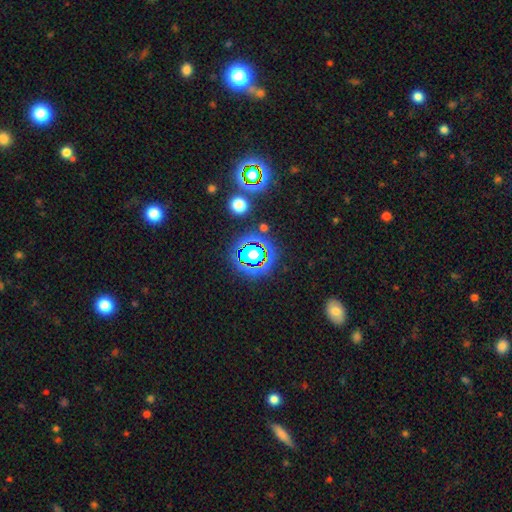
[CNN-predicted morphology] Q: Smooth or featured?
A: star or artifact (79%); runner-up: smooth (13%)